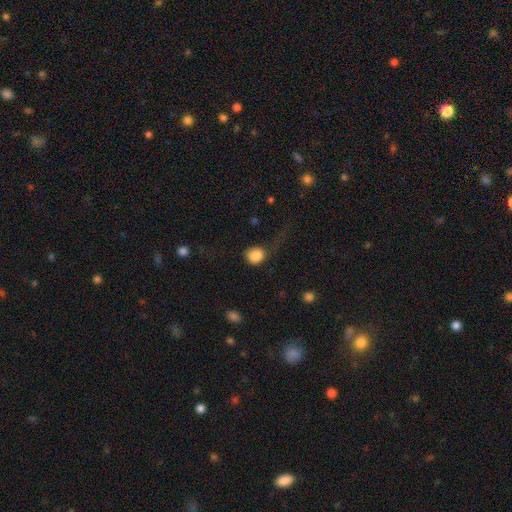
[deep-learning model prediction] Smooth or featured: smooth — 85% (star or artifact — 8%)
How rounded: round — 81% (in between — 18%)
Merging: none — 46% (major disturbance — 28%)